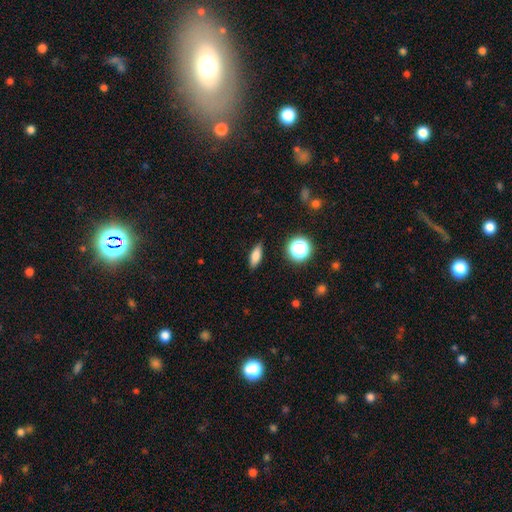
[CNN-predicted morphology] Smooth or featured?
  - smooth: 78% *
  - star or artifact: 11%
  - featured or disk: 10%
How rounded?
  - in between: 64% *
  - cigar-shaped: 28%
  - round: 8%
Merging?
  - none: 86% *
  - minor disturbance: 10%
  - major disturbance: 2%
  - merger: 1%